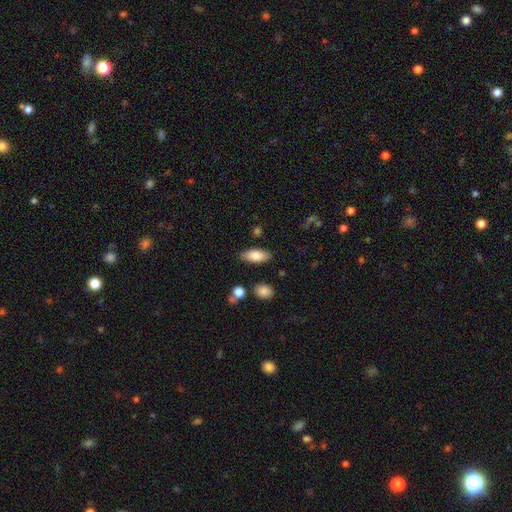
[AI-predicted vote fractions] smooth-or-featured: smooth: 81% | featured or disk: 12% | star or artifact: 7%
  how-rounded: in between: 83% | cigar-shaped: 15% | round: 3%
  merging: none: 85% | minor disturbance: 10% | merger: 3% | major disturbance: 2%